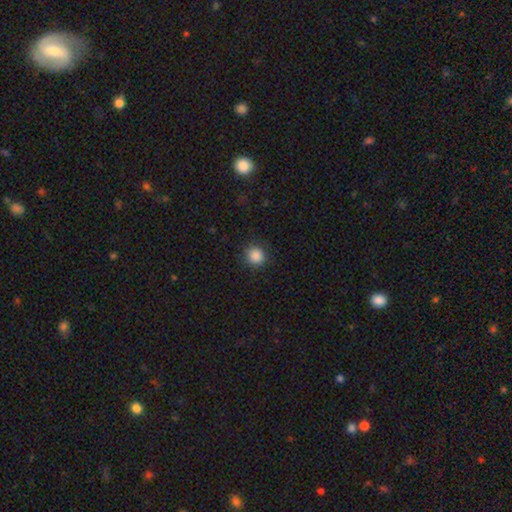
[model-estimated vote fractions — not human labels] Smooth or featured: smooth — 87% (star or artifact — 10%)
How rounded: round — 91% (in between — 8%)
Merging: none — 89% (minor disturbance — 7%)